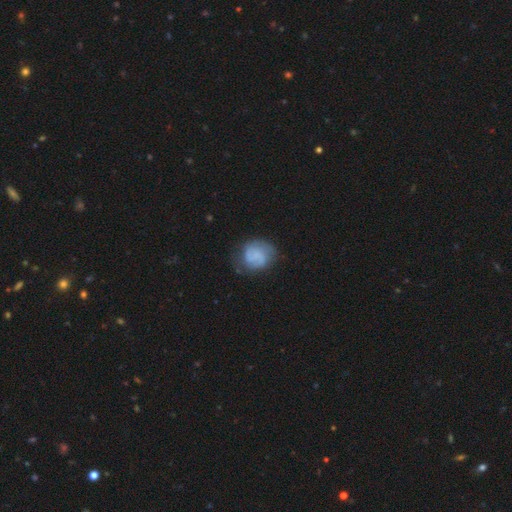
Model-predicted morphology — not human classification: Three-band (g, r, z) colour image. It shows a featured or disk galaxy (51%). Merging: none (65%).